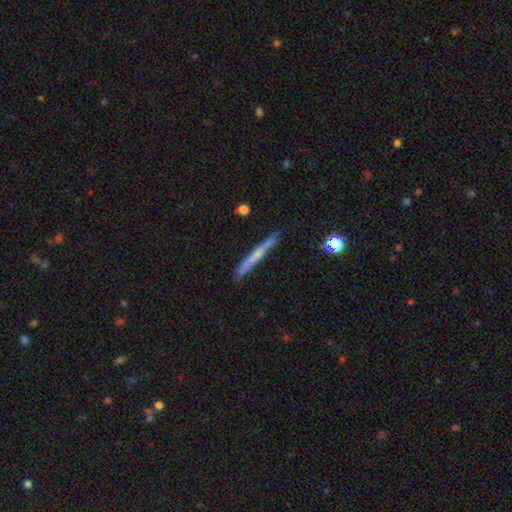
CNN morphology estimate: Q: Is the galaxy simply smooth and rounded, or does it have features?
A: smooth — 49%.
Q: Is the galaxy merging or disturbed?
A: none — 83%.